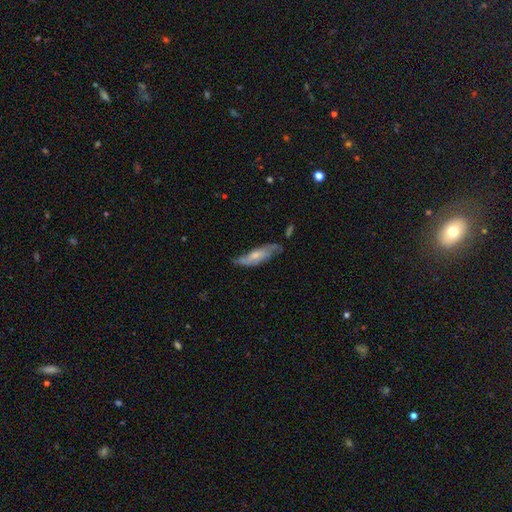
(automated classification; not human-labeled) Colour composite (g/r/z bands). It shows a featured or disk galaxy (56%). Merging: none (56%).